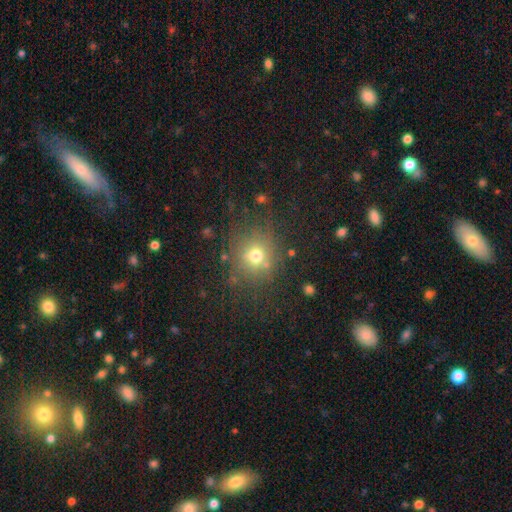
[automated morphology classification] The model was most divided on "smooth or featured": smooth: 67%, star or artifact: 20%, featured or disk: 14%. More confident: how rounded — round (83%); merging — none (75%).